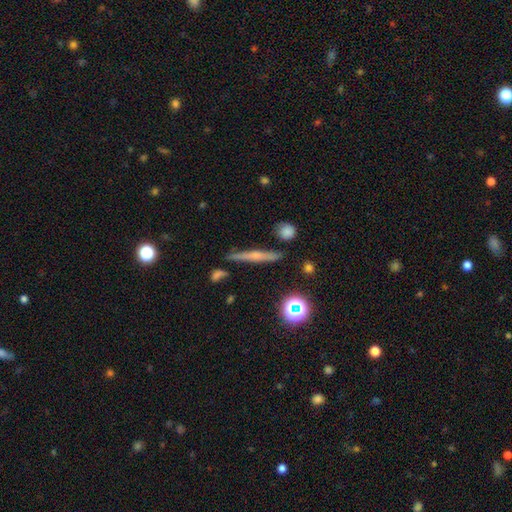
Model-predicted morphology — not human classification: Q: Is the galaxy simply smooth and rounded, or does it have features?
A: featured or disk — 57%.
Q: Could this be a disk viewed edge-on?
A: yes — 95%.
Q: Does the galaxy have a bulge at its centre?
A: rounded — 62%.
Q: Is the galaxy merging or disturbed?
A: none — 86%.